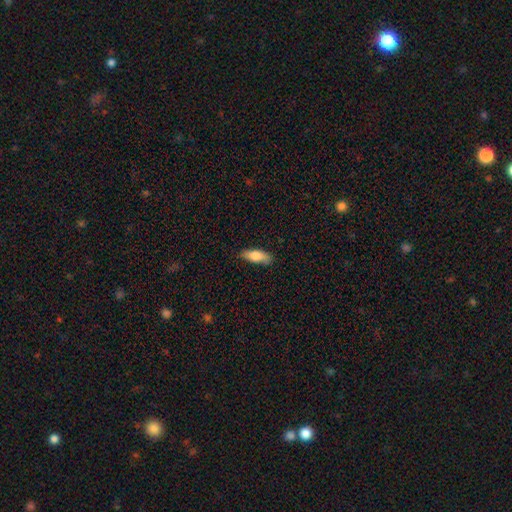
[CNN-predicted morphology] smooth_or_featured: smooth (p=0.78) [alt: featured or disk p=0.15]
how_rounded: in between (p=0.66) [alt: cigar-shaped p=0.31]
merging: none (p=0.77) [alt: minor disturbance p=0.19]